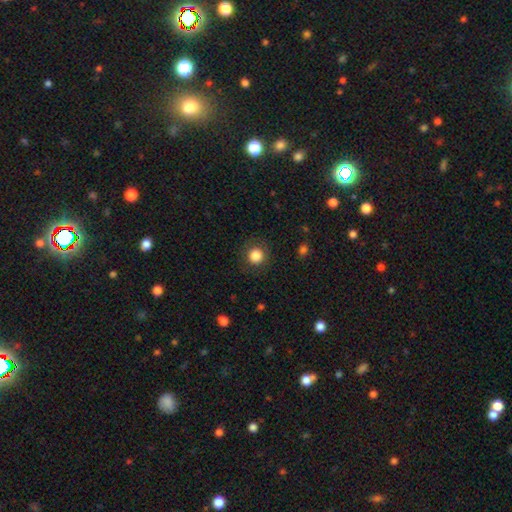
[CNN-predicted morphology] Smooth or featured? smooth (84%)
How rounded? round (93%)
Merging? none (87%)